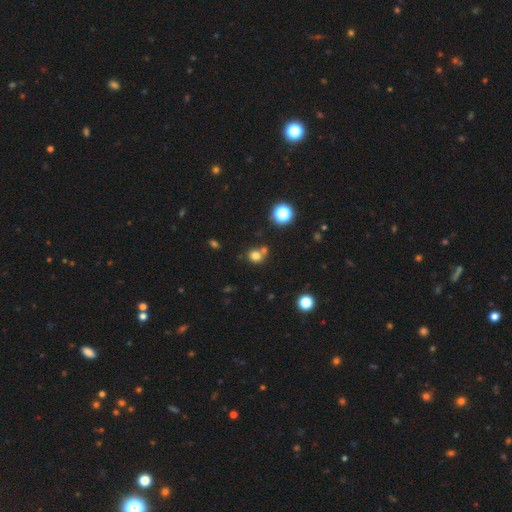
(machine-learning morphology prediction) Smooth or featured? smooth (75%)
How rounded? round (83%)
Merging? none (59%)